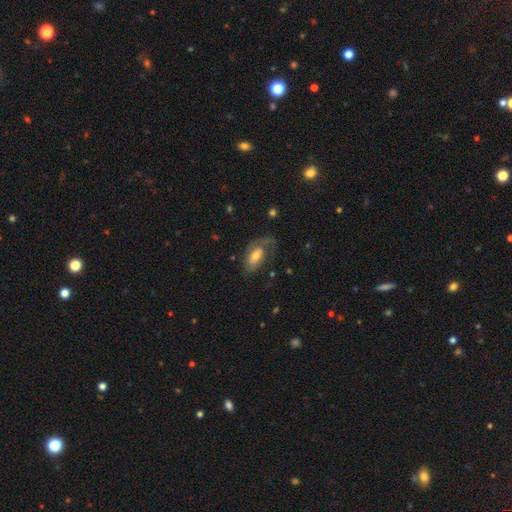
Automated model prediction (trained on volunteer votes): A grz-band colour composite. It shows a featured or disk galaxy (54%). Merging: none (45%).